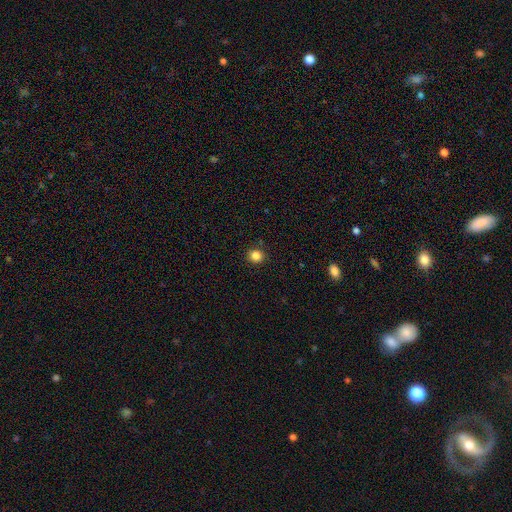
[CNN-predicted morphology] Smooth or featured?
  - smooth: 84% *
  - star or artifact: 12%
  - featured or disk: 4%
How rounded?
  - round: 88% *
  - in between: 11%
  - cigar-shaped: 1%
Merging?
  - none: 91% *
  - minor disturbance: 6%
  - major disturbance: 2%
  - merger: 2%